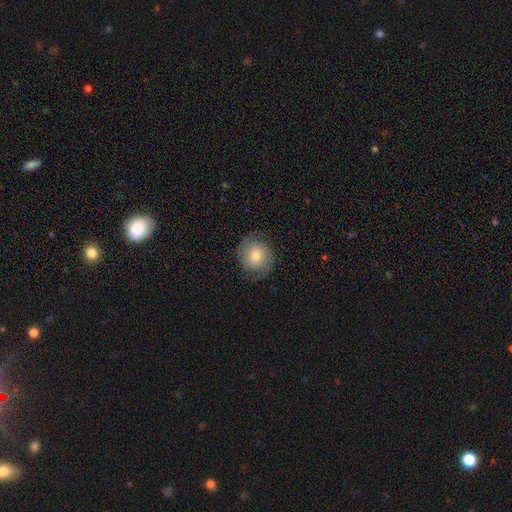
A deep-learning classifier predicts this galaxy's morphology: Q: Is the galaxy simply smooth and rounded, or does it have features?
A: featured or disk — 53%.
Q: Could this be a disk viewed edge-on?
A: no — 97%.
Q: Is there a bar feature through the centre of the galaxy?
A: no — 76%.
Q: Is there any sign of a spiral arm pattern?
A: yes — 84%.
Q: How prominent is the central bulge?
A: moderate — 51%.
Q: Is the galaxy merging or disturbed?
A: none — 80%.